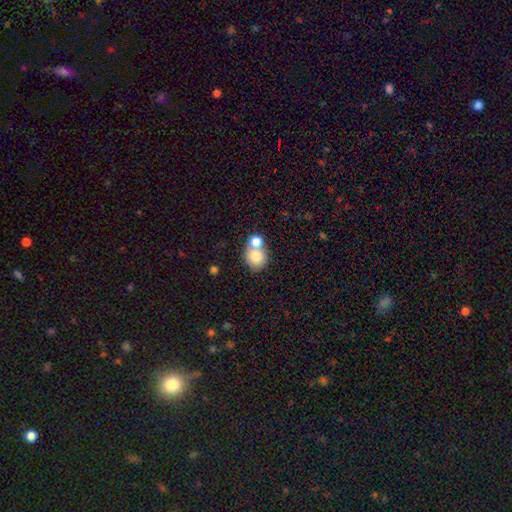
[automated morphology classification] Smooth or featured: smooth — 79% (featured or disk — 12%)
How rounded: round — 76% (in between — 23%)
Merging: merger — 52% (none — 37%)